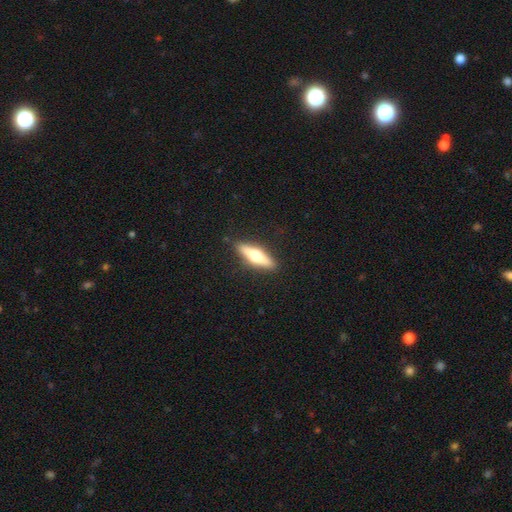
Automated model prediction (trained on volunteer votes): Morphology: type=featured or disk (52%); edge-on=yes (93%); merging=none (89%).